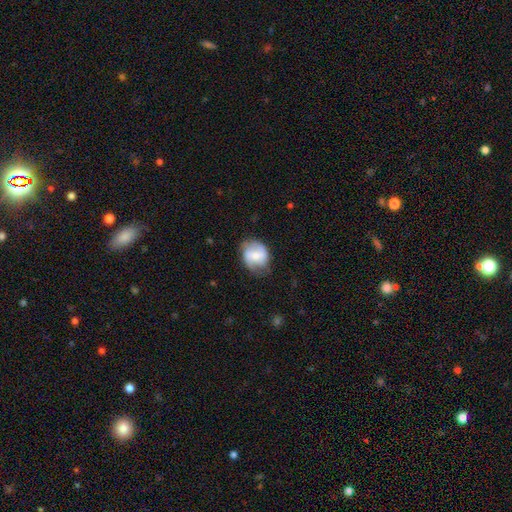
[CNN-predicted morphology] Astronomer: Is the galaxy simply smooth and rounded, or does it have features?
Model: featured or disk — 49% (runner-up: smooth, 44%).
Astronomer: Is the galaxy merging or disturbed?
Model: none — 62%.